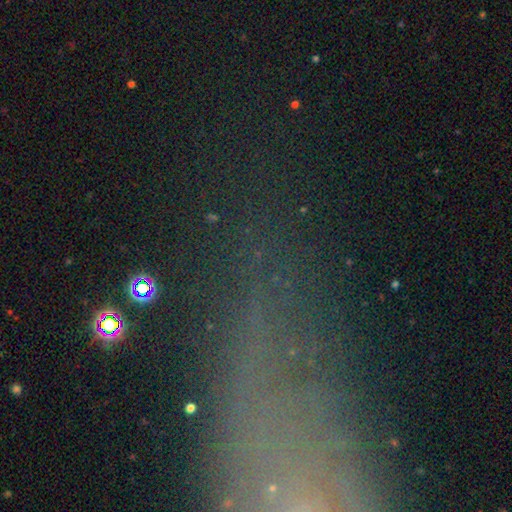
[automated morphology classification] smooth_or_featured: star or artifact (p=0.62) [alt: smooth p=0.21]